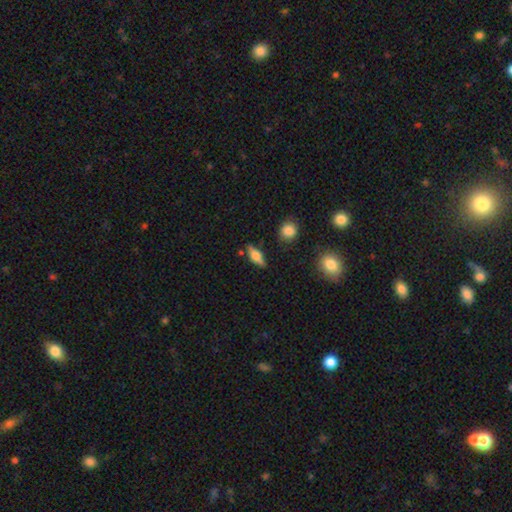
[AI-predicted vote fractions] A smooth galaxy with no disk features (52%) that is in between round and cigar-shaped (61%).

Vote fractions:
- Smooth or featured? smooth: 52% / featured or disk: 41% / star or artifact: 8%
- How rounded? in between: 61% / cigar-shaped: 34% / round: 5%
- Merging? none: 82% / minor disturbance: 12% / merger: 3% / major disturbance: 3%